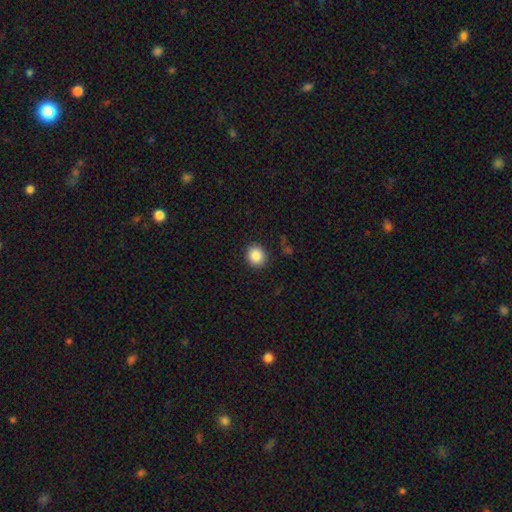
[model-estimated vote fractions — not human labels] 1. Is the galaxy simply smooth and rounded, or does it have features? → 87% smooth, 9% star or artifact, 4% featured or disk.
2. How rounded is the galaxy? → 87% round, 13% in between, 1% cigar-shaped.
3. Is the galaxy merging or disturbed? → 90% none, 7% minor disturbance, 2% major disturbance, 1% merger.